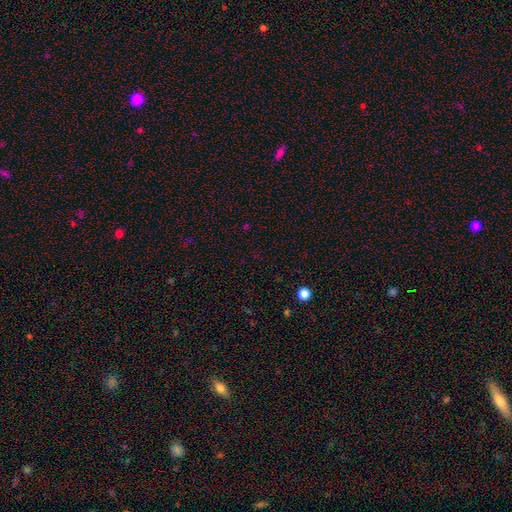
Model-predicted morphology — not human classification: Smooth or featured? star or artifact (63%)